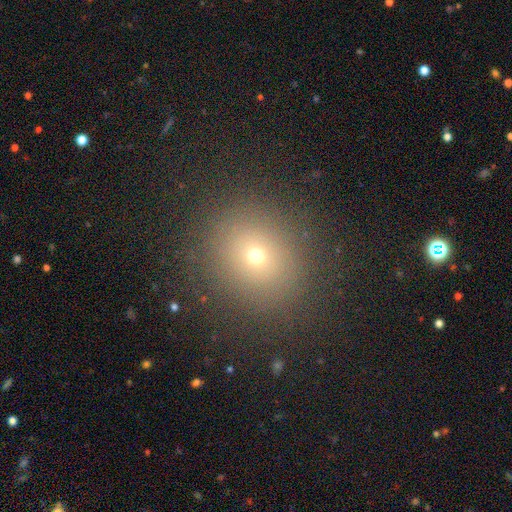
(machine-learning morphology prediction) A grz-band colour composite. It shows a smooth galaxy with no disk features (66%) that is round (81%). Merging: none (87%).